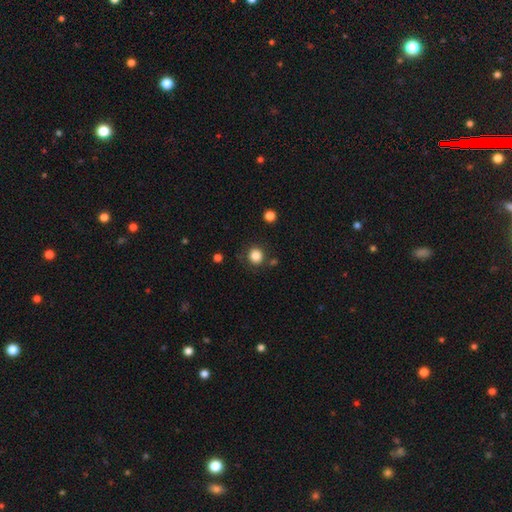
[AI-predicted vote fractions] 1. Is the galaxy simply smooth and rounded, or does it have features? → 85% smooth, 11% star or artifact, 4% featured or disk.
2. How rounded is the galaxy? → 90% round, 9% in between, 1% cigar-shaped.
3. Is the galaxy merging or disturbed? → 83% none, 9% minor disturbance, 4% merger, 3% major disturbance.